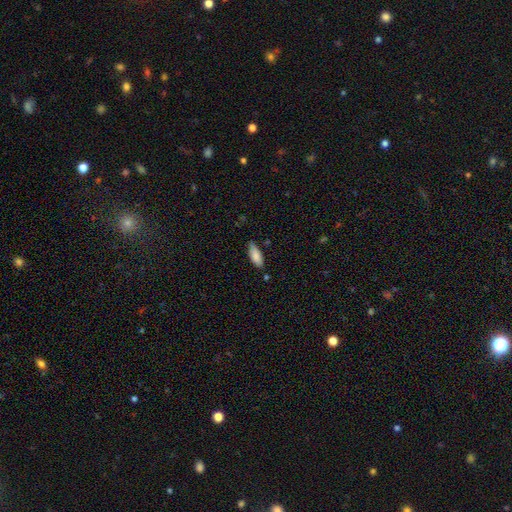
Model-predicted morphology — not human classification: The model was most divided on "how rounded": in between: 72%, cigar-shaped: 26%, round: 2%. More confident: smooth or featured — smooth (86%); merging — none (73%).